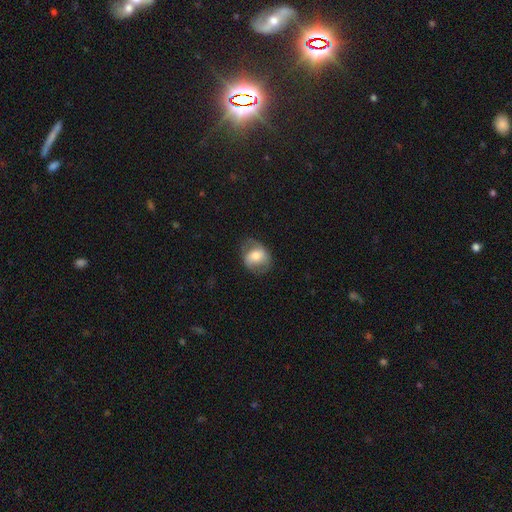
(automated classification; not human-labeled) The model was most divided on "how rounded": in between: 54%, round: 44%, cigar-shaped: 1%. More confident: merging — none (66%); smooth or featured — smooth (53%).